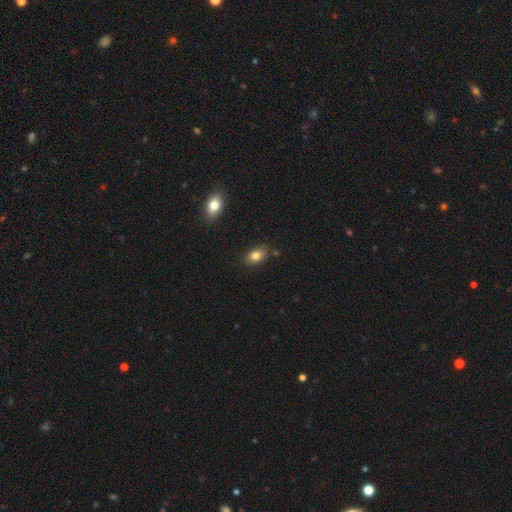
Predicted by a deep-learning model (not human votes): Smooth or featured: smooth — 81% (featured or disk — 9%)
How rounded: in between — 85% (round — 12%)
Merging: none — 80% (minor disturbance — 14%)